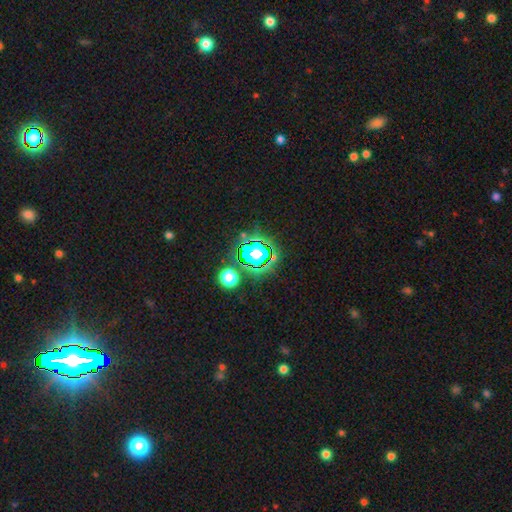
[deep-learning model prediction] smooth-or-featured: star or artifact: 81% | smooth: 12% | featured or disk: 7%